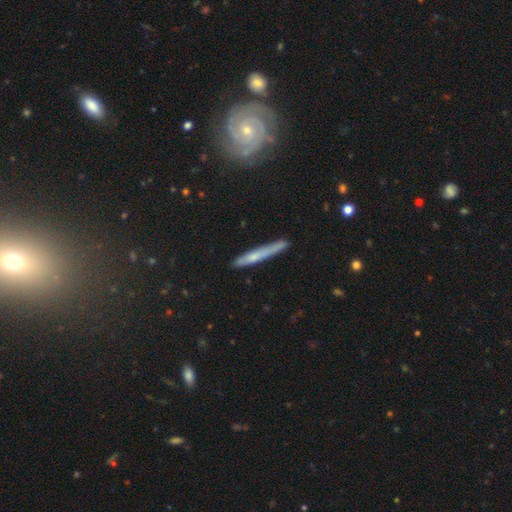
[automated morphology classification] This appears to be a smooth galaxy with no disk features (48%). Merging: none (80%).